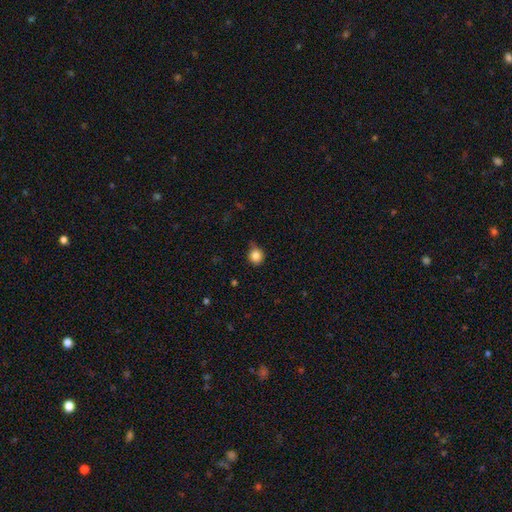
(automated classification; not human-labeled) Overall: smooth (84%). How rounded: round (89%). Merging: none (73%).